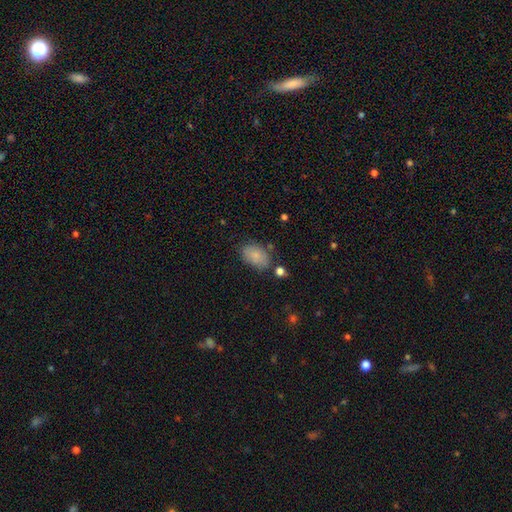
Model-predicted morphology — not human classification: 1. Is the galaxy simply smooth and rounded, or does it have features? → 82% smooth, 10% featured or disk, 8% star or artifact.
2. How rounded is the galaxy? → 88% in between, 11% round, 1% cigar-shaped.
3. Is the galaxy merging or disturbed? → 73% none, 17% minor disturbance, 5% merger, 5% major disturbance.